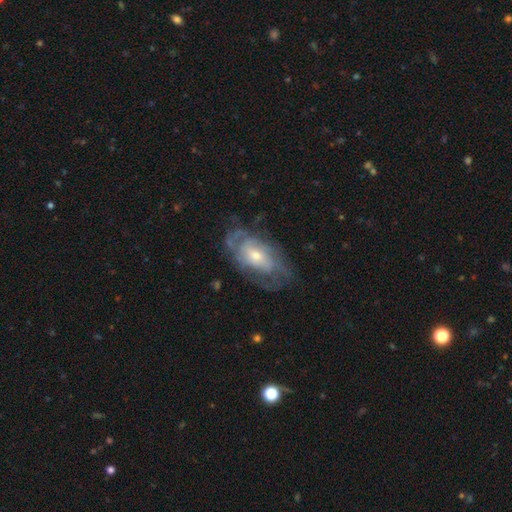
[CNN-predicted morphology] Smooth or featured? featured or disk (74%)
Edge-on disk? no (93%)
Bar? no (68%)
Spiral arms? yes (79%)
Spiral winding? tight (52%)
Spiral arm count? can't tell (53%)
Bulge size? small (52%)
Merging? none (61%)